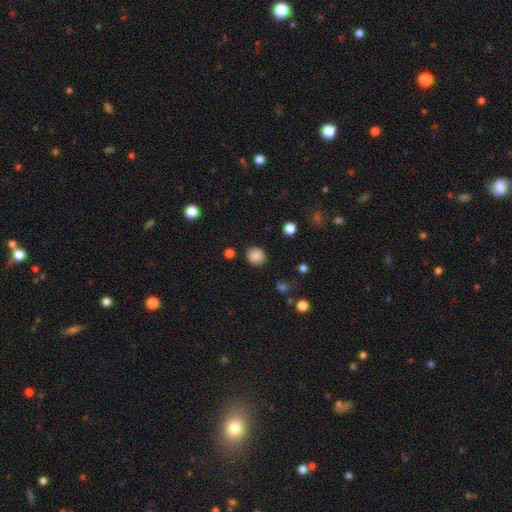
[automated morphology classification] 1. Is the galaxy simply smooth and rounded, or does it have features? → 86% smooth, 10% star or artifact, 4% featured or disk.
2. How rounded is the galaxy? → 82% round, 17% in between, 1% cigar-shaped.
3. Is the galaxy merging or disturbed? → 88% none, 8% minor disturbance, 3% major disturbance, 2% merger.